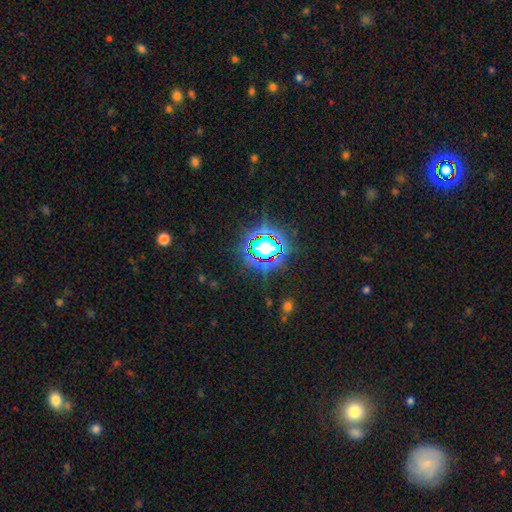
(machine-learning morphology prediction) Q: Smooth or featured?
A: star or artifact (79%); runner-up: smooth (12%)